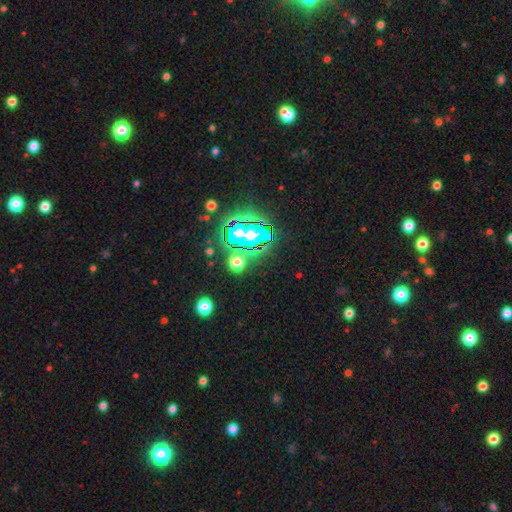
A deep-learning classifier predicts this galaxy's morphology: This appears to be a star or artifact, not a galaxy (83%).